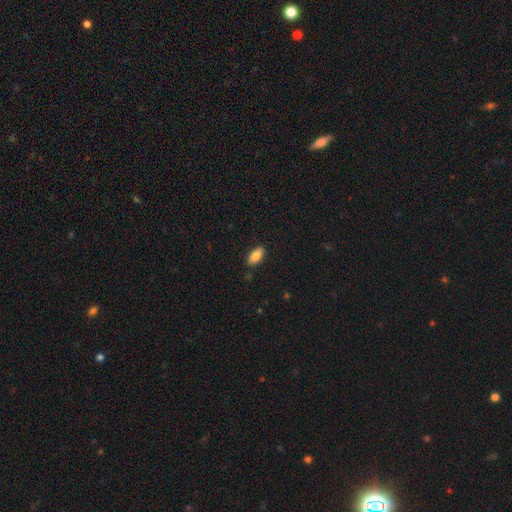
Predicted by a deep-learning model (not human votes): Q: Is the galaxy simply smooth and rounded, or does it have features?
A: smooth — 84%.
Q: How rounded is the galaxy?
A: in between — 88%.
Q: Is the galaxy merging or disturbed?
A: none — 87%.